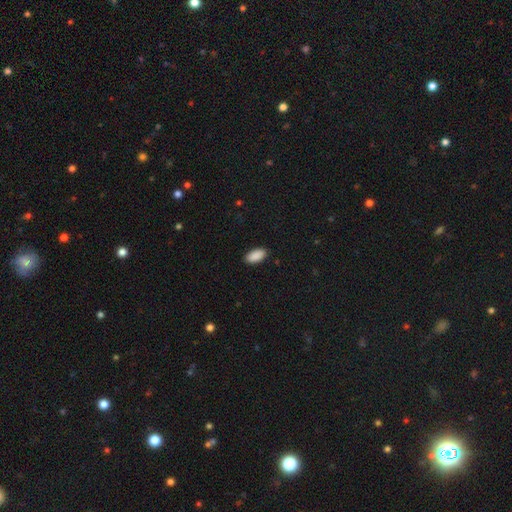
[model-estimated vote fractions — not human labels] Smooth or featured? smooth (91%)
How rounded? in between (93%)
Merging? none (89%)